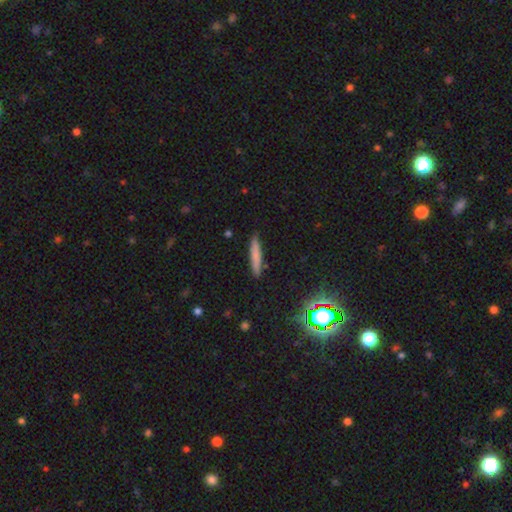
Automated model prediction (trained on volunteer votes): smooth_or_featured: smooth (p=0.73) [alt: featured or disk p=0.18]
how_rounded: cigar-shaped (p=0.92) [alt: in between p=0.07]
merging: none (p=0.88) [alt: minor disturbance p=0.09]